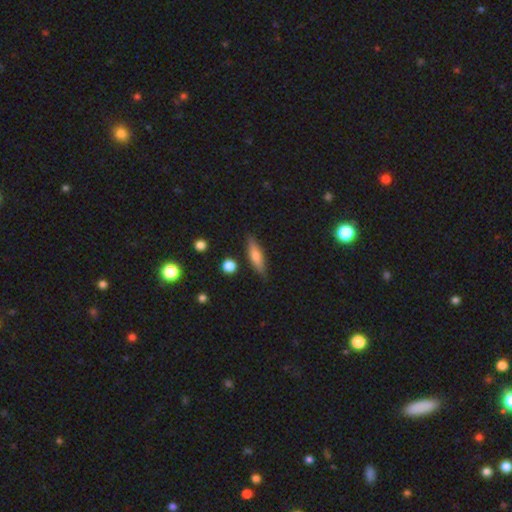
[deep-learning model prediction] A smooth galaxy with no disk features (56%) that is cigar-shaped (65%).

Vote fractions:
- Smooth or featured? smooth: 56% / featured or disk: 36% / star or artifact: 7%
- How rounded? cigar-shaped: 65% / in between: 32% / round: 3%
- Merging? none: 85% / minor disturbance: 10% / major disturbance: 2% / merger: 2%